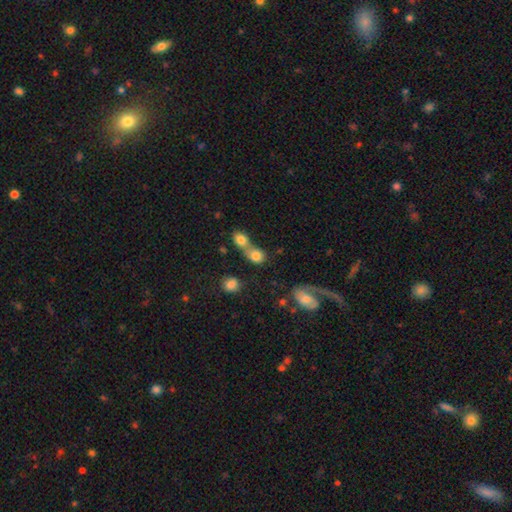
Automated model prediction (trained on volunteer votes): This appears to be a smooth galaxy with no disk features (77%) that is round (62%). Merging: merger (63%).